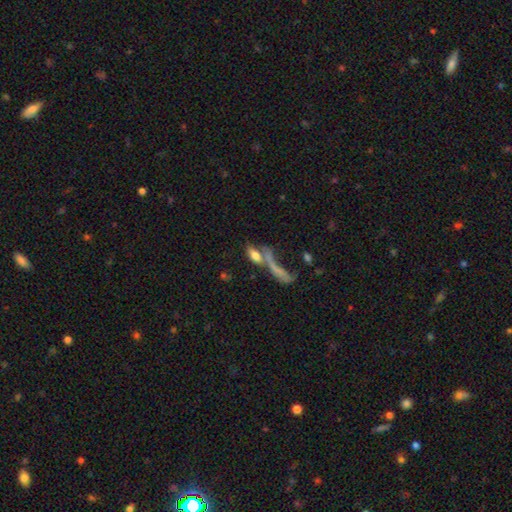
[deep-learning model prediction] Smooth or featured?
  - smooth: 64% *
  - featured or disk: 25%
  - star or artifact: 10%
How rounded?
  - in between: 65% *
  - cigar-shaped: 28%
  - round: 7%
Merging?
  - merger: 49% *
  - none: 26%
  - major disturbance: 15%
  - minor disturbance: 10%